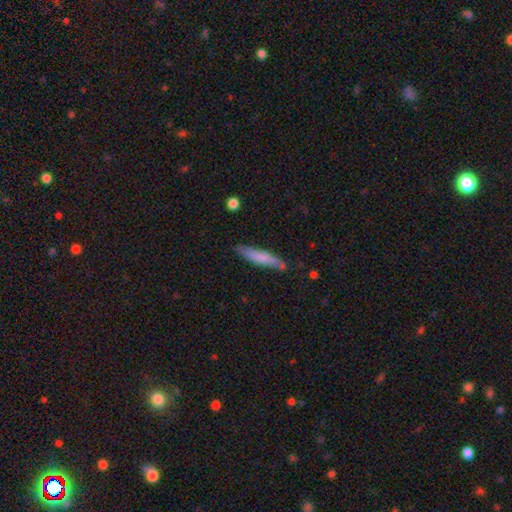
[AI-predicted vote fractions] Q: Smooth or featured?
A: smooth (64%); runner-up: featured or disk (29%)
Q: How rounded?
A: cigar-shaped (91%); runner-up: in between (7%)
Q: Merging?
A: none (82%); runner-up: minor disturbance (14%)